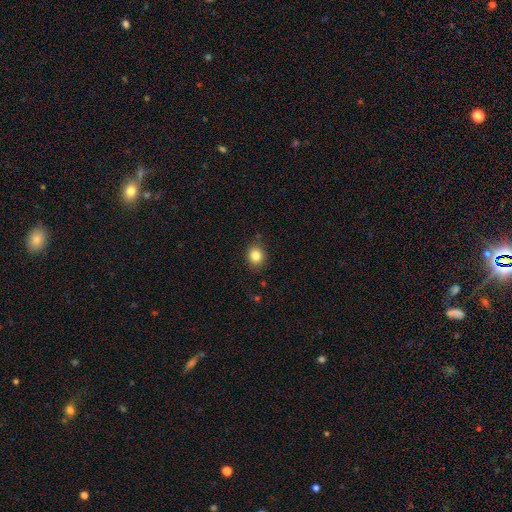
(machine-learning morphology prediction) type=smooth (84%); roundness=round (72%); merging=none (86%).